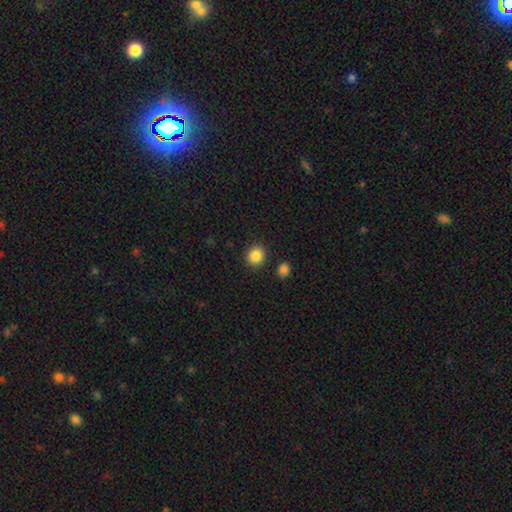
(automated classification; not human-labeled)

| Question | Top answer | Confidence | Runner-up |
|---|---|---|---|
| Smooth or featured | smooth | 87% | star or artifact (9%) |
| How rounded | round | 82% | in between (17%) |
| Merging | none | 89% | minor disturbance (6%) |